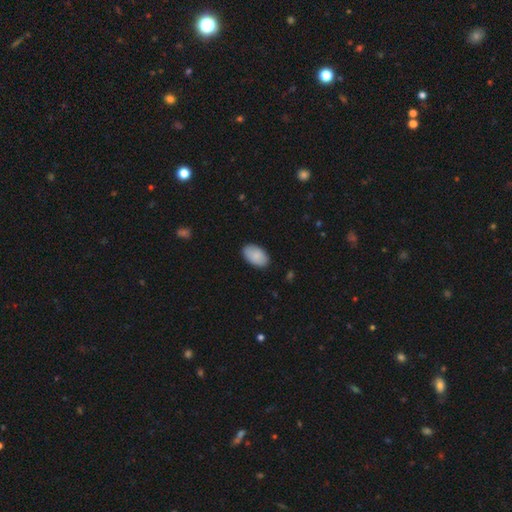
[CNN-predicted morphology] type=smooth (88%); roundness=in between (94%); merging=none (87%).